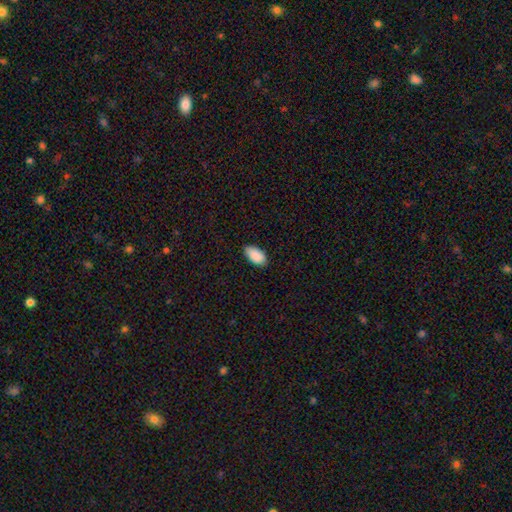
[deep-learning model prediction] smooth_or_featured: smooth (p=0.90) [alt: star or artifact p=0.07]
how_rounded: in between (p=0.95) [alt: round p=0.03]
merging: none (p=0.81) [alt: minor disturbance p=0.16]